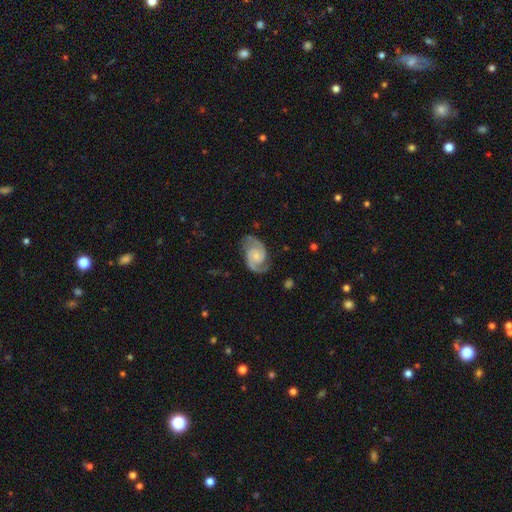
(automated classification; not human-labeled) Morphology: type=featured or disk (89%); edge-on=no (98%); bar=no (63%); spiral arms=yes (98%); winding=medium (54%); arm count=2 (93%); bulge=small (56%); merging=none (78%).